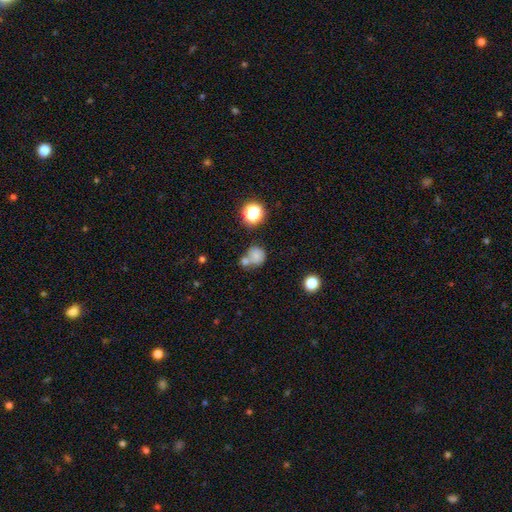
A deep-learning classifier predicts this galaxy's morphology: Q: Smooth or featured?
A: smooth (73%); runner-up: star or artifact (15%)
Q: How rounded?
A: round (82%); runner-up: in between (17%)
Q: Merging?
A: merger (42%); runner-up: none (41%)